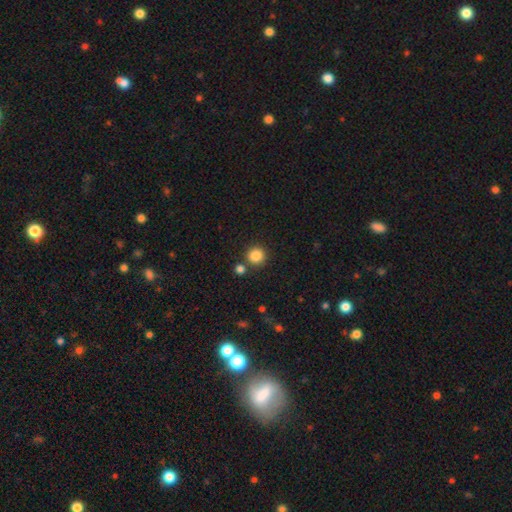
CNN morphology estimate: The model was most divided on "merging": none: 81%, merger: 9%, minor disturbance: 7%, major disturbance: 3%. More confident: how rounded — round (92%); smooth or featured — smooth (86%).